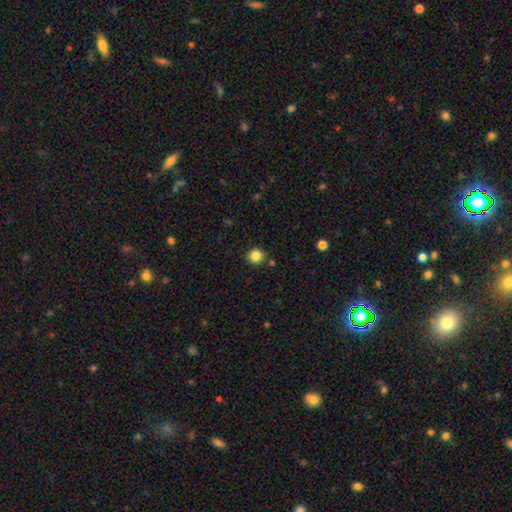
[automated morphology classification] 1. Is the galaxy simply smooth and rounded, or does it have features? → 85% smooth, 11% star or artifact, 4% featured or disk.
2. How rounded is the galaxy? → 90% round, 9% in between, 1% cigar-shaped.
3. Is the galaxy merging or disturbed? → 88% none, 7% minor disturbance, 3% merger, 2% major disturbance.